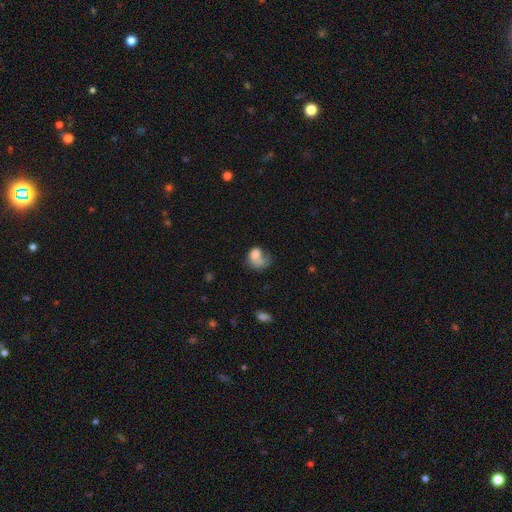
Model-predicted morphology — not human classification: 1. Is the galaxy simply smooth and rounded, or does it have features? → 66% smooth, 24% featured or disk, 9% star or artifact.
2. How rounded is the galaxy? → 59% in between, 40% round, 1% cigar-shaped.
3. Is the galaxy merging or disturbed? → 43% major disturbance, 25% none, 18% minor disturbance, 14% merger.